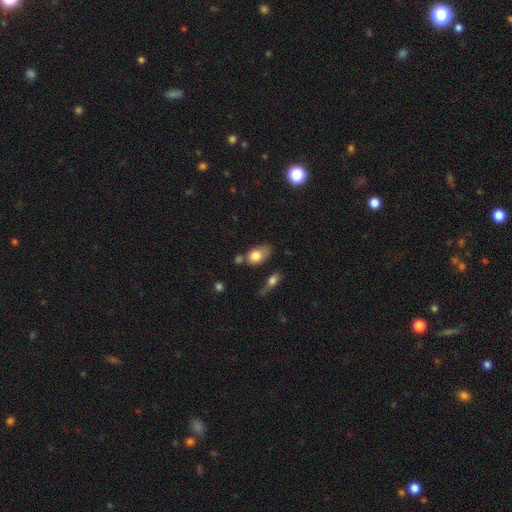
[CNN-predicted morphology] type=smooth (78%); roundness=in between (80%); merging=none (41%).